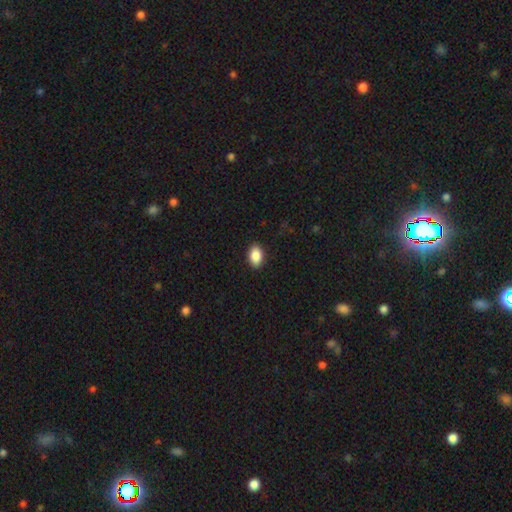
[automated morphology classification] type=smooth (89%); roundness=in between (89%); merging=none (90%).